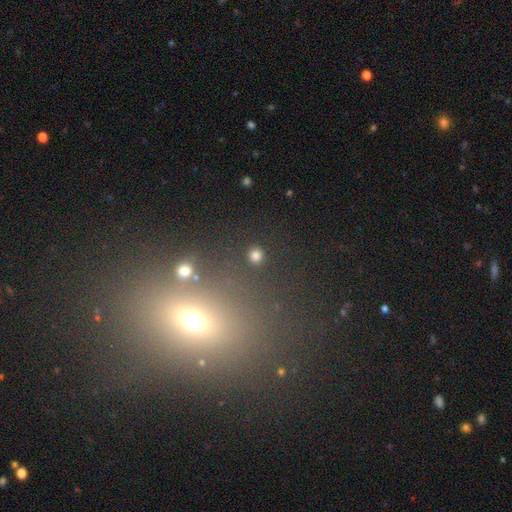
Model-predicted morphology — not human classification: Smooth or featured?
  - smooth: 79% *
  - star or artifact: 17%
  - featured or disk: 5%
How rounded?
  - round: 89% *
  - in between: 10%
  - cigar-shaped: 1%
Merging?
  - none: 90% *
  - minor disturbance: 5%
  - major disturbance: 2%
  - merger: 2%